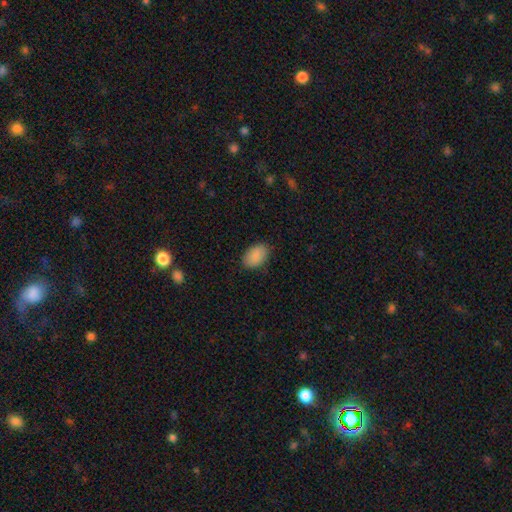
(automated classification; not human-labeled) Morphology: type=smooth (90%); roundness=in between (91%); merging=none (86%).